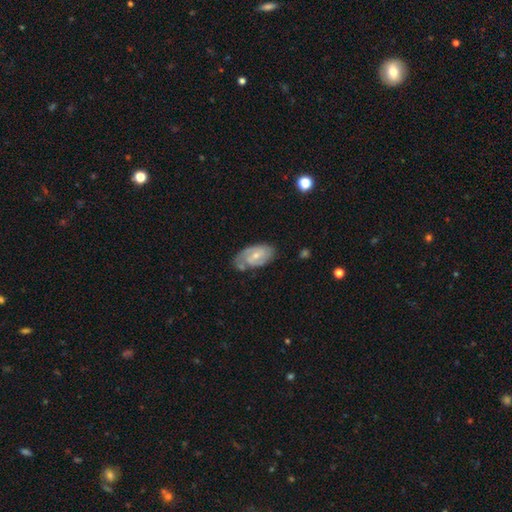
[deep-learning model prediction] Q: Smooth or featured?
A: featured or disk (73%); runner-up: smooth (21%)
Q: Edge-on disk?
A: no (96%); runner-up: yes (4%)
Q: Bar?
A: no (46%); runner-up: weak (45%)
Q: Spiral arms?
A: yes (90%); runner-up: no (10%)
Q: Spiral winding?
A: tight (48%); runner-up: medium (39%)
Q: Spiral arm count?
A: 2 (65%); runner-up: can't tell (18%)
Q: Bulge size?
A: small (54%); runner-up: moderate (41%)
Q: Merging?
A: none (60%); runner-up: minor disturbance (26%)